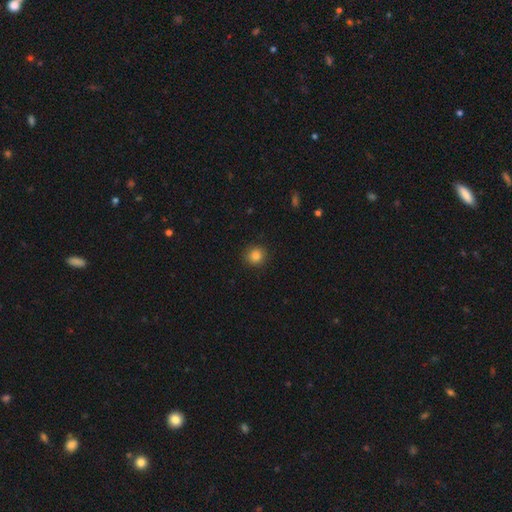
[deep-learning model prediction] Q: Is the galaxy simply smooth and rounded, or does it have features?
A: smooth — 84%.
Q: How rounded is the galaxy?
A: round — 89%.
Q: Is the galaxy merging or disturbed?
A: none — 90%.